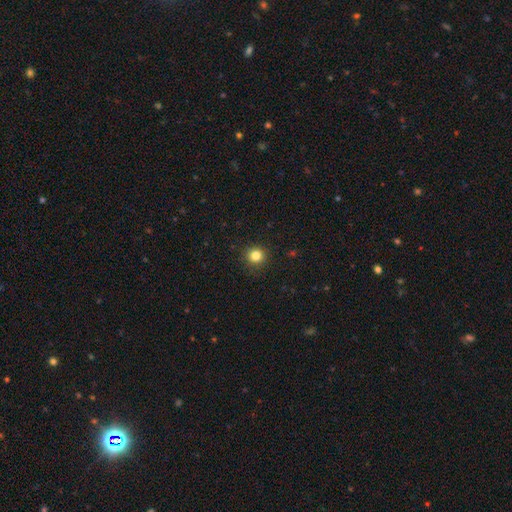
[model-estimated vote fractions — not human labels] A smooth galaxy with no disk features (82%) that is round (93%).

Vote fractions:
- Smooth or featured? smooth: 82% / star or artifact: 13% / featured or disk: 5%
- How rounded? round: 93% / in between: 6% / cigar-shaped: 1%
- Merging? none: 91% / minor disturbance: 6% / major disturbance: 2% / merger: 1%